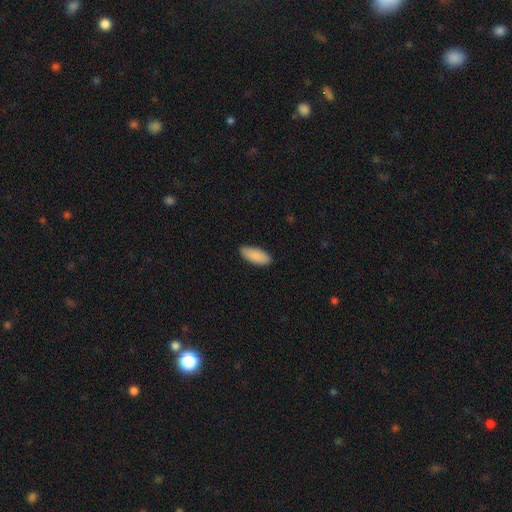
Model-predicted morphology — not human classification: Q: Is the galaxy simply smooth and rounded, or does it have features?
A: smooth — 90%.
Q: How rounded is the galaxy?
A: in between — 83%.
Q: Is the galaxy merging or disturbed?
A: none — 87%.